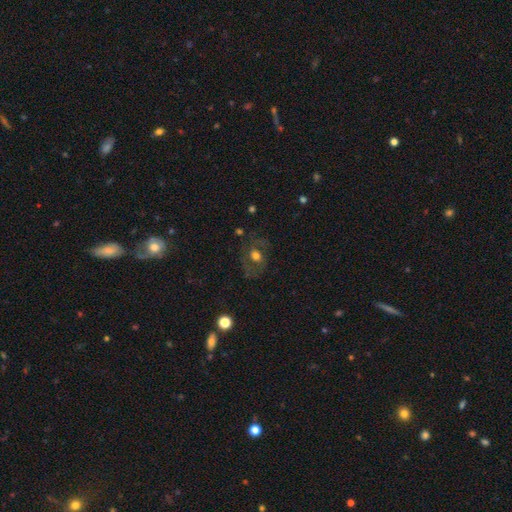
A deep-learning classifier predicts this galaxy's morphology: This appears to be a featured or disk galaxy (42%, tied with smooth). Merging: none (65%).